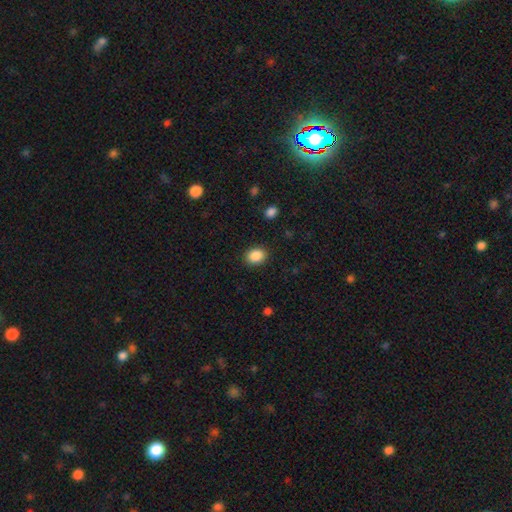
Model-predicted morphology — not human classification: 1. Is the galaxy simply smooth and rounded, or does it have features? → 88% smooth, 8% star or artifact, 4% featured or disk.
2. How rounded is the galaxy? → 56% in between, 43% round, 1% cigar-shaped.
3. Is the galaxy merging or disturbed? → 88% none, 8% minor disturbance, 3% major disturbance, 1% merger.